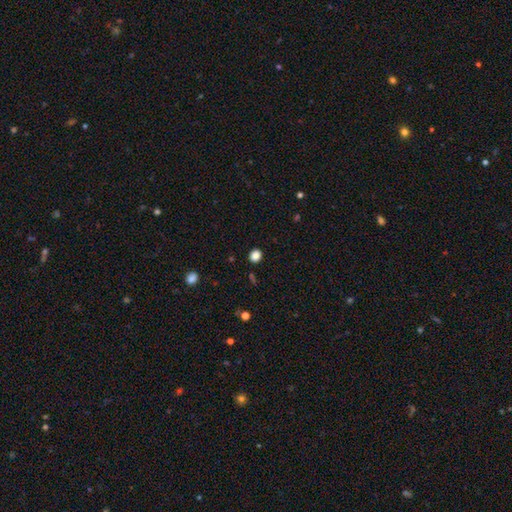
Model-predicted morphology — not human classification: A smooth galaxy with no disk features (84%) that is round (67%).

Vote fractions:
- Smooth or featured? smooth: 84% / star or artifact: 12% / featured or disk: 4%
- How rounded? round: 67% / in between: 32% / cigar-shaped: 1%
- Merging? none: 90% / minor disturbance: 7% / major disturbance: 2% / merger: 1%